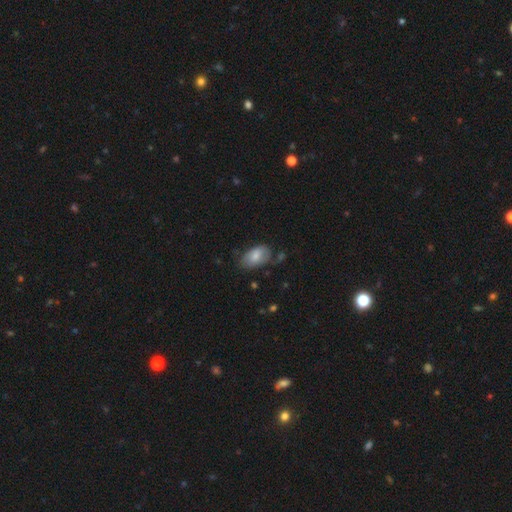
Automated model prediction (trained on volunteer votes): Overall: smooth (76%). How rounded: in between (93%). Merging: none (57%; minor disturbance 30%).